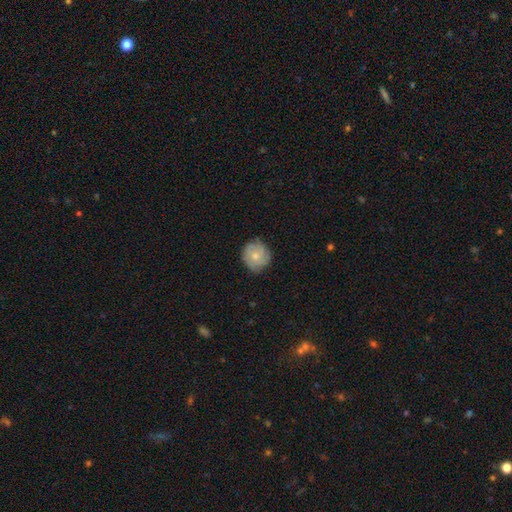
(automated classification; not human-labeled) A smooth galaxy with no disk features (60%) that is round (89%). Merging: none (75%).